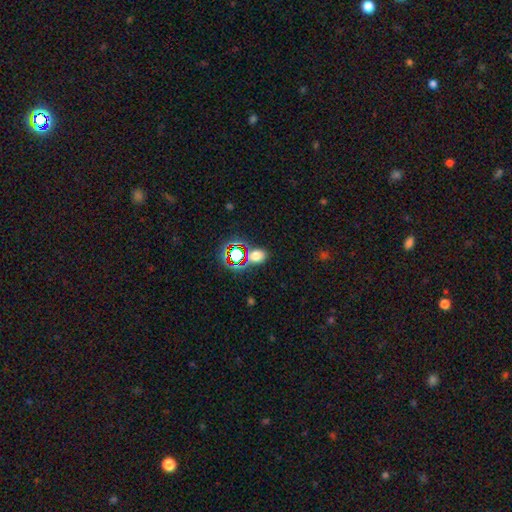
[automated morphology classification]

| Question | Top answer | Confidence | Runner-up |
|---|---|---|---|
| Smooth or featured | smooth | 62% | star or artifact (29%) |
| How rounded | in between | 58% | round (41%) |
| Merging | none | 67% | minor disturbance (14%) |